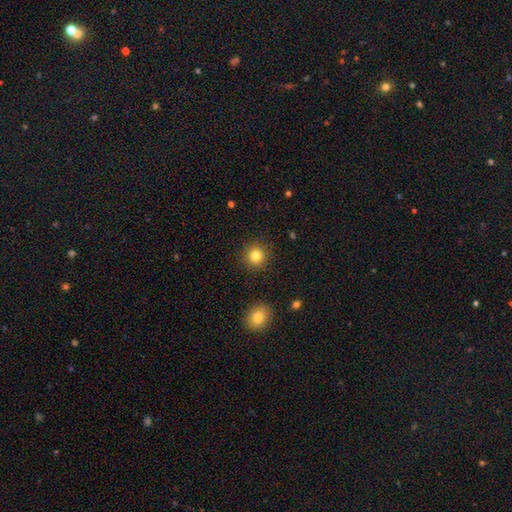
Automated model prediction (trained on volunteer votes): A smooth galaxy with no disk features (82%) that is round (94%).

Vote fractions:
- Smooth or featured? smooth: 82% / star or artifact: 11% / featured or disk: 6%
- How rounded? round: 94% / in between: 5% / cigar-shaped: 1%
- Merging? none: 91% / minor disturbance: 6% / major disturbance: 2% / merger: 1%